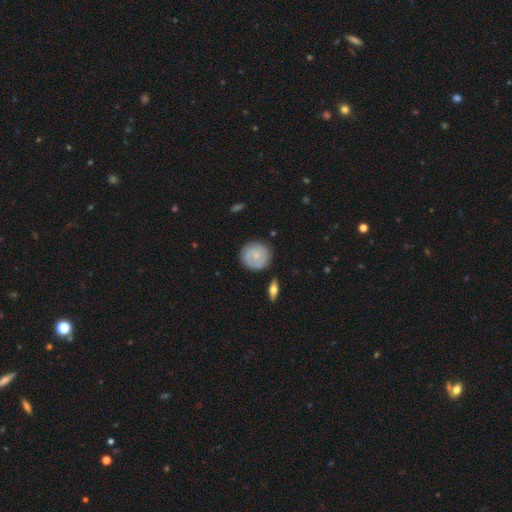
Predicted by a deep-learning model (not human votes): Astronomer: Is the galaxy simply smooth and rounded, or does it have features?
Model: smooth — 50% (runner-up: featured or disk, 44%).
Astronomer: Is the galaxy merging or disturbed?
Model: none — 83%.